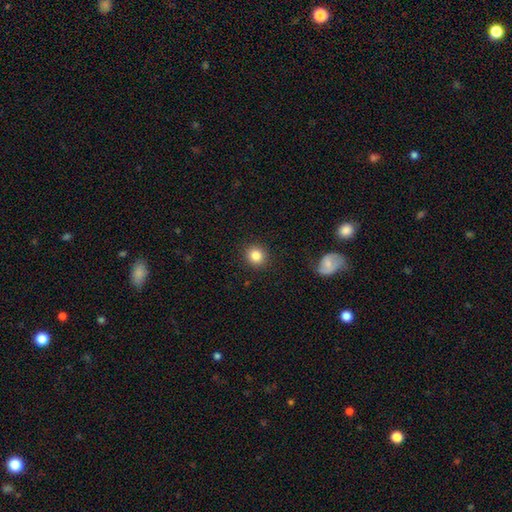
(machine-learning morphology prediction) A smooth galaxy with no disk features (85%) that is round (87%). Merging: none (91%).